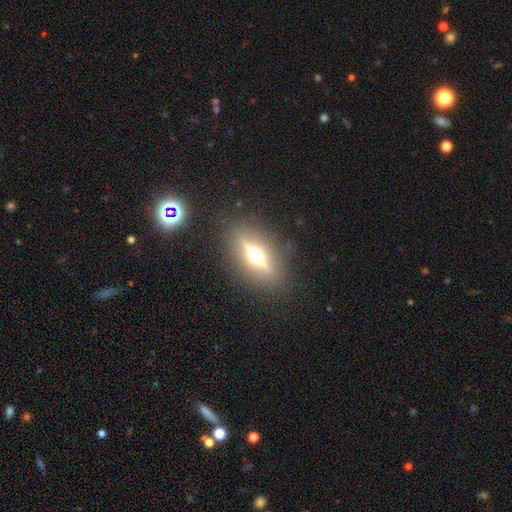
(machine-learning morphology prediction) The model was most divided on "smooth or featured": featured or disk: 75%, smooth: 16%, star or artifact: 9%. More confident: edge-on bulge — rounded (96%); edge-on disk — yes (92%); merging — none (88%).